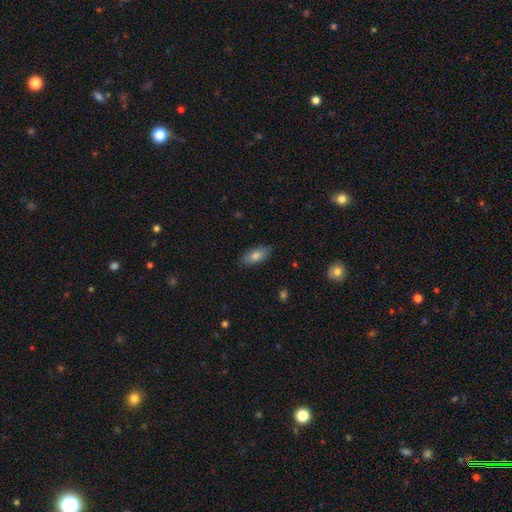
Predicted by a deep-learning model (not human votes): Overall: smooth (80%). How rounded: in between (85%). Merging: none (87%).